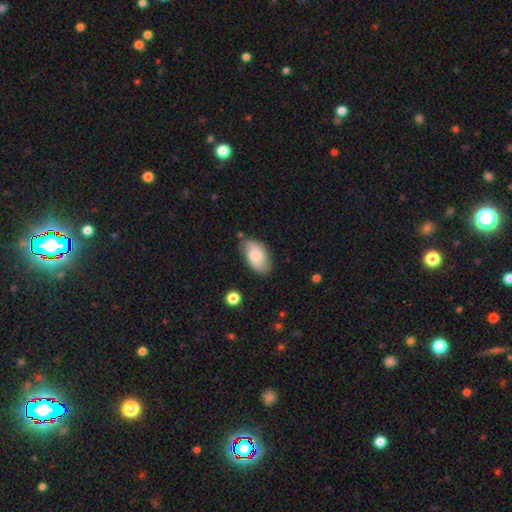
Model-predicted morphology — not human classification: A smooth galaxy with no disk features (59%) that is in between round and cigar-shaped (93%).

Vote fractions:
- Smooth or featured? smooth: 59% / featured or disk: 34% / star or artifact: 7%
- How rounded? in between: 93% / round: 4% / cigar-shaped: 3%
- Merging? none: 71% / minor disturbance: 21% / major disturbance: 5% / merger: 3%